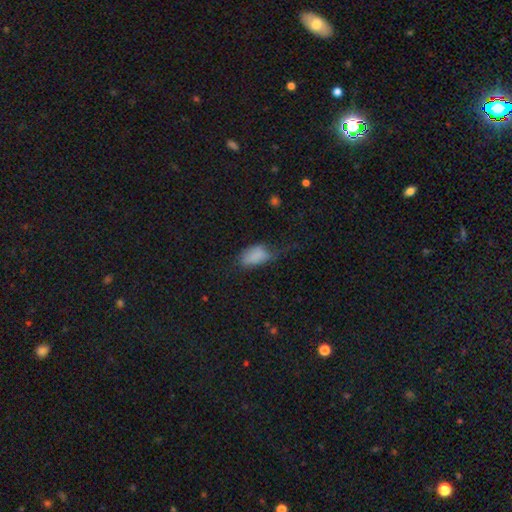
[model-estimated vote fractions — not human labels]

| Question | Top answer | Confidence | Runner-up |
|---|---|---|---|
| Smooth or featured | smooth | 80% | star or artifact (10%) |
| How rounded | in between | 92% | round (4%) |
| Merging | minor disturbance | 36% | major disturbance (32%) |